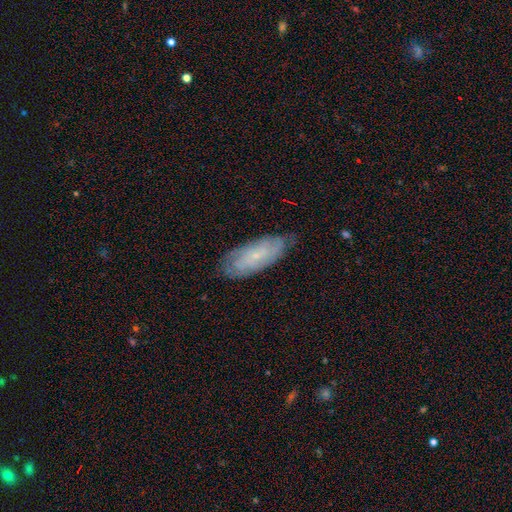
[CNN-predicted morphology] Smooth or featured? Predicted: featured or disk (p=0.56). Edge-on disk? Predicted: no (p=0.87). Merging? Predicted: none (p=0.74).